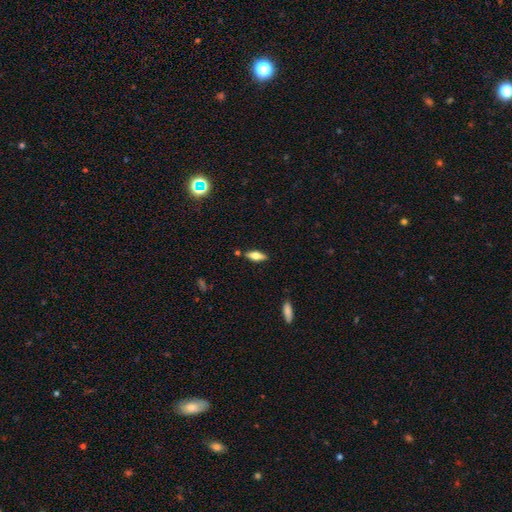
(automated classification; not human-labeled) This is possibly a smooth galaxy (59%). How rounded: likely in between (64%). Merging: clearly none (83%).